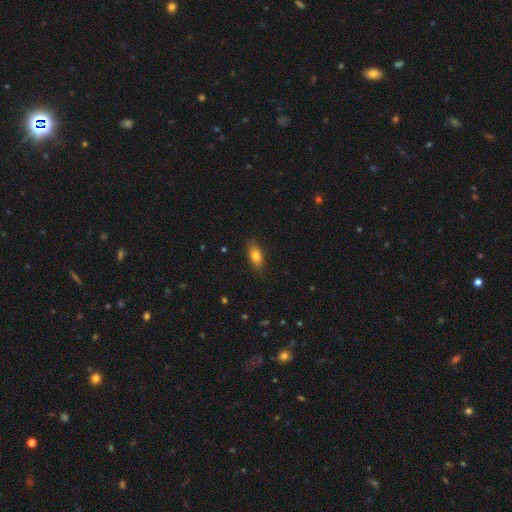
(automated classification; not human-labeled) A smooth galaxy with no disk features (79%) that is in between round and cigar-shaped (81%).

Vote fractions:
- Smooth or featured? smooth: 79% / featured or disk: 13% / star or artifact: 8%
- How rounded? in between: 81% / cigar-shaped: 13% / round: 5%
- Merging? none: 84% / minor disturbance: 12% / major disturbance: 3% / merger: 1%